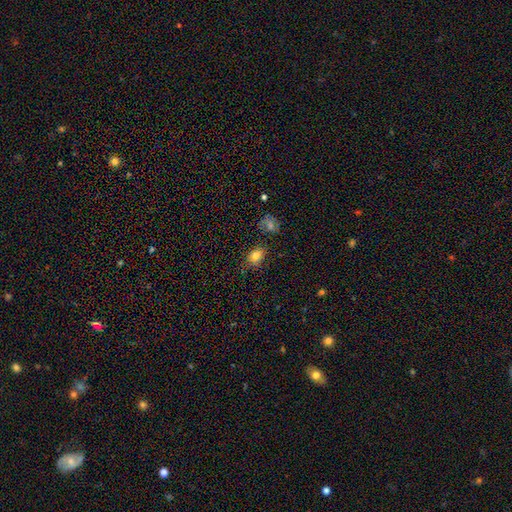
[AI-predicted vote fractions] Smooth or featured? smooth (79%)
How rounded? in between (69%)
Merging? none (78%)